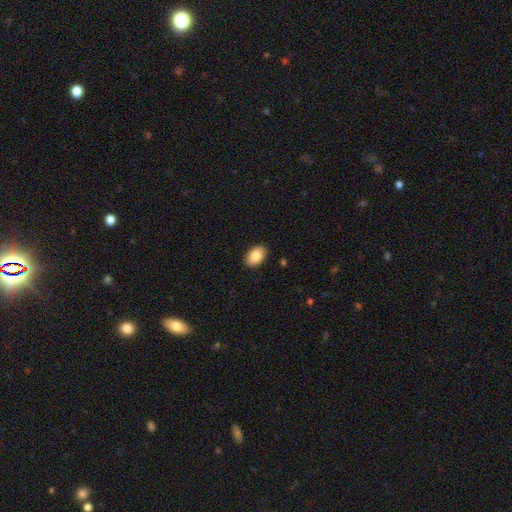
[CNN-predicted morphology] Smooth or featured? Predicted: smooth (p=0.84). How rounded? Predicted: in between (p=0.90). Merging? Predicted: none (p=0.89).